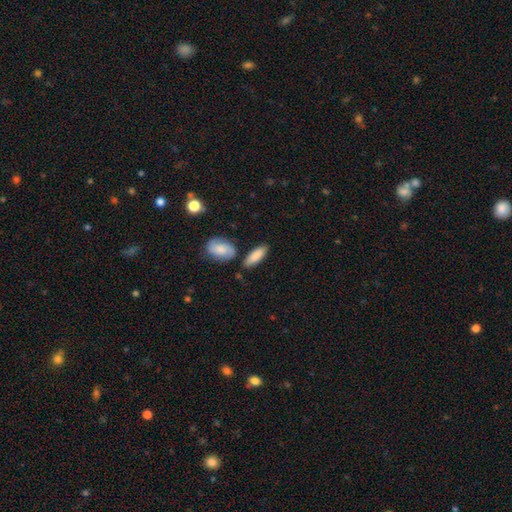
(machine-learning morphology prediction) smooth-or-featured: smooth: 84% | featured or disk: 10% | star or artifact: 5%
  how-rounded: in between: 72% | cigar-shaped: 25% | round: 3%
  merging: none: 74% | minor disturbance: 15% | merger: 8% | major disturbance: 3%